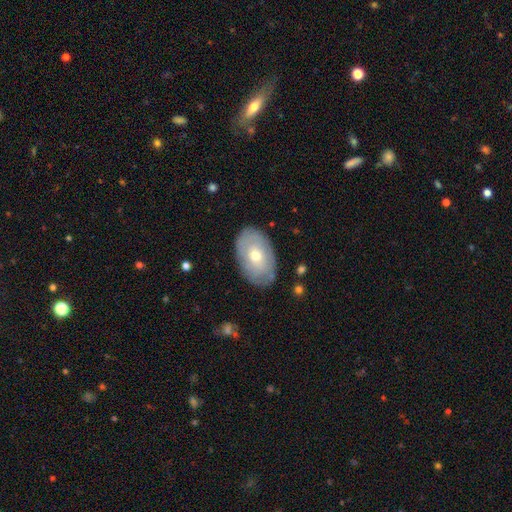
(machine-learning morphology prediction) Smooth or featured: smooth — 49% (featured or disk — 44%)
Merging: none — 82% (minor disturbance — 14%)